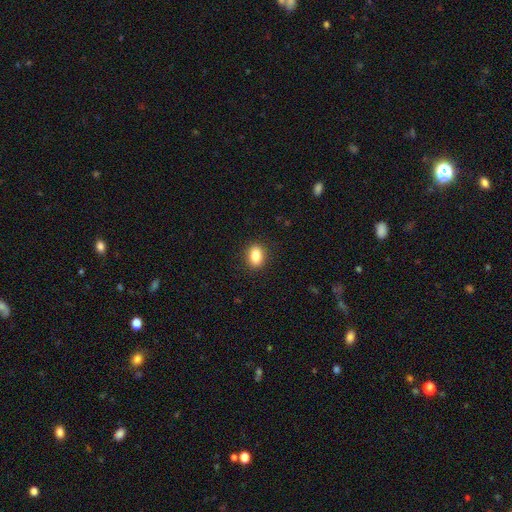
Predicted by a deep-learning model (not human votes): A smooth galaxy with no disk features (84%) that is in between round and cigar-shaped (73%). Merging: none (90%).